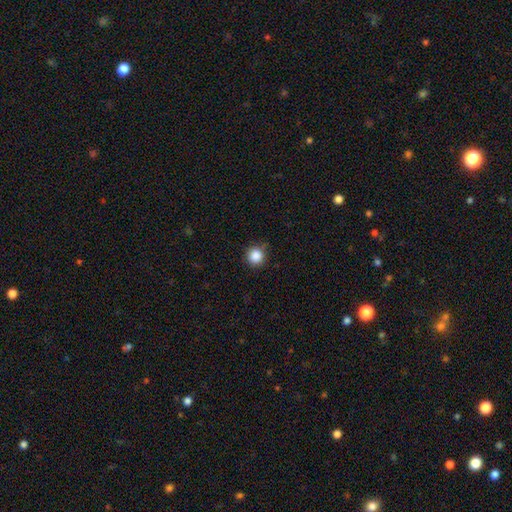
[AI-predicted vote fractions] Smooth or featured? smooth (87%)
How rounded? round (94%)
Merging? none (83%)